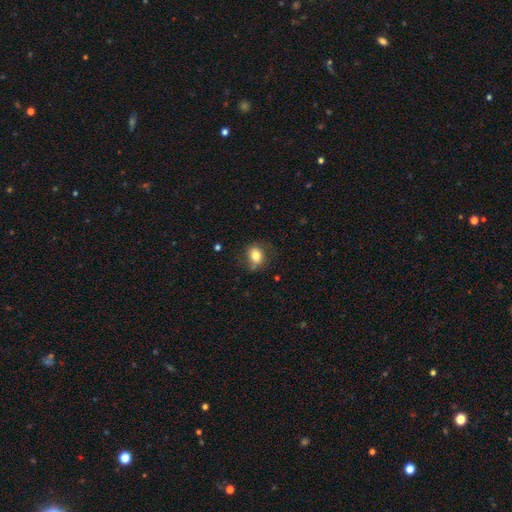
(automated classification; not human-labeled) Q: Smooth or featured?
A: smooth (79%); runner-up: featured or disk (12%)
Q: How rounded?
A: in between (59%); runner-up: round (40%)
Q: Merging?
A: none (67%); runner-up: minor disturbance (23%)